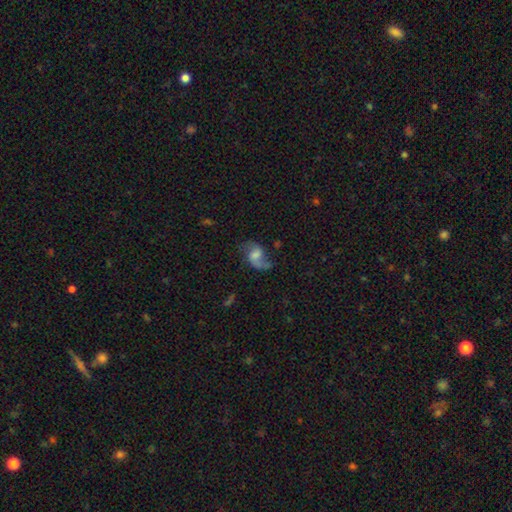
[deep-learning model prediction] smooth-or-featured: featured or disk: 70% | smooth: 21% | star or artifact: 8%
  disk-edge-on: no: 98% | yes: 2%
    bar: weak: 49% | no: 38% | strong: 13%
    has-spiral-arms: yes: 91% | no: 9%
      spiral-winding: loose: 70% | medium: 25% | tight: 5%
      spiral-arm-count: 2: 77% | 1: 17% | can't tell: 3% | 3: 1% | 4: 1% | more than 4: 1%
    bulge-size: moderate: 32% | small: 29% | none: 25% | large: 13% | dominant: 2%
  merging: none: 52% | major disturbance: 22% | minor disturbance: 21% | merger: 4%